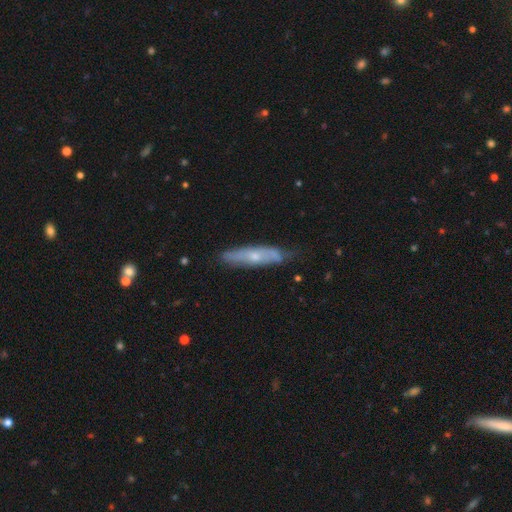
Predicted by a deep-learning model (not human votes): Smooth or featured? featured or disk (52%)
Edge-on disk? yes (57%)
Merging? none (69%)